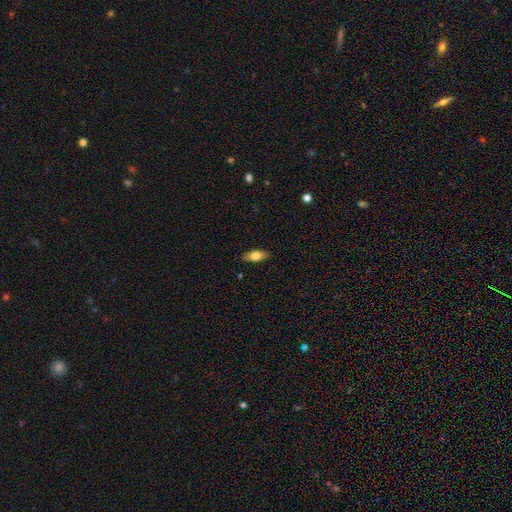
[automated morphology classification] smooth_or_featured: smooth (p=0.70) [alt: featured or disk p=0.23]
how_rounded: in between (p=0.76) [alt: cigar-shaped p=0.20]
merging: none (p=0.87) [alt: minor disturbance p=0.09]